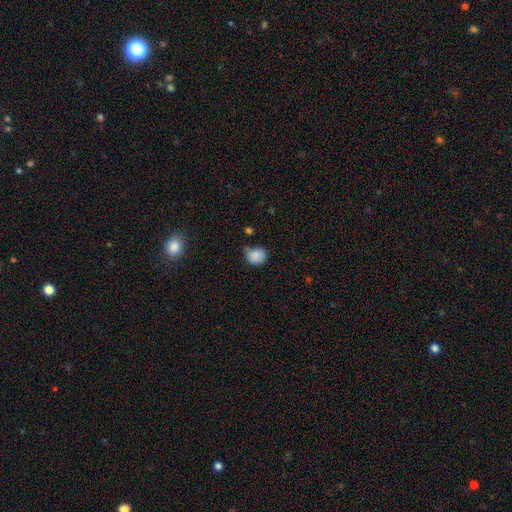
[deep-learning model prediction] Q: Smooth or featured?
A: smooth (85%); runner-up: star or artifact (9%)
Q: How rounded?
A: round (70%); runner-up: in between (29%)
Q: Merging?
A: none (61%); runner-up: minor disturbance (27%)